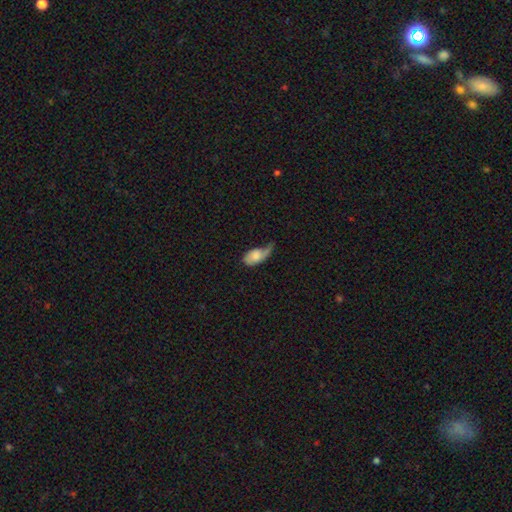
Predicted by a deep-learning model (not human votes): Morphology: type=smooth (57%); roundness=in between (90%); merging=major disturbance (37%).